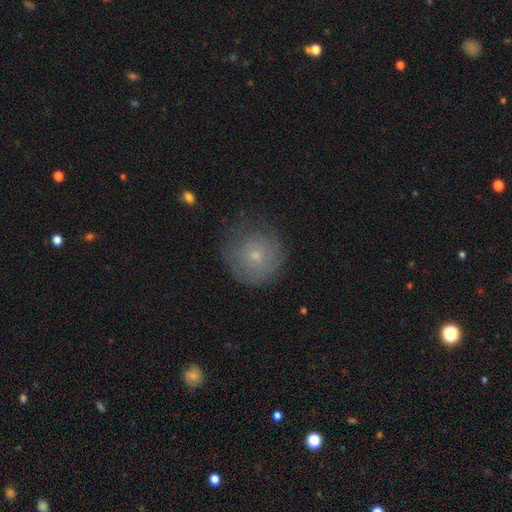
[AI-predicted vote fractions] Smooth or featured: smooth — 52% (featured or disk — 37%)
How rounded: round — 91% (in between — 8%)
Merging: none — 67% (minor disturbance — 21%)